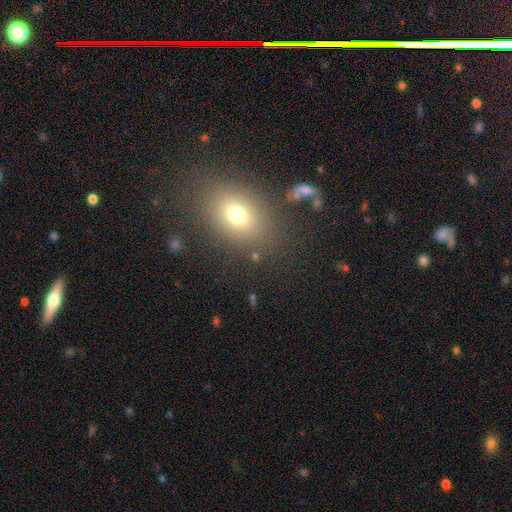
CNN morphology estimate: smooth-or-featured: smooth: 67% | star or artifact: 20% | featured or disk: 13%
  how-rounded: in between: 62% | round: 35% | cigar-shaped: 2%
  merging: none: 79% | minor disturbance: 11% | major disturbance: 6% | merger: 4%